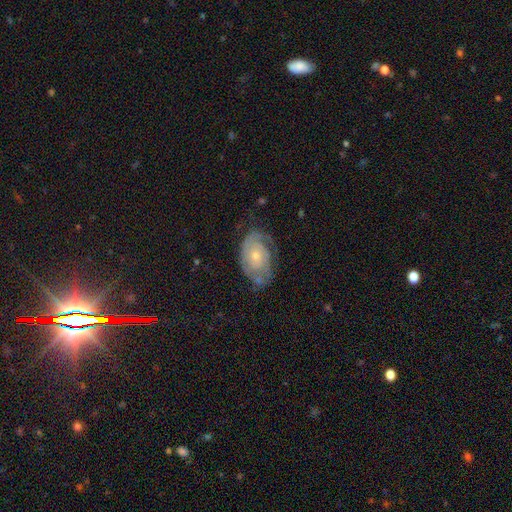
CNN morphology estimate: Smooth or featured? Predicted: featured or disk (p=0.78). Edge-on disk? Predicted: no (p=0.96). Bar? Predicted: no (p=0.76). Spiral arms? Predicted: yes (p=0.91). Spiral winding? Predicted: tight (p=0.60). Spiral arm count? Predicted: 2 (p=0.45). Bulge size? Predicted: small (p=0.59). Merging? Predicted: none (p=0.58).